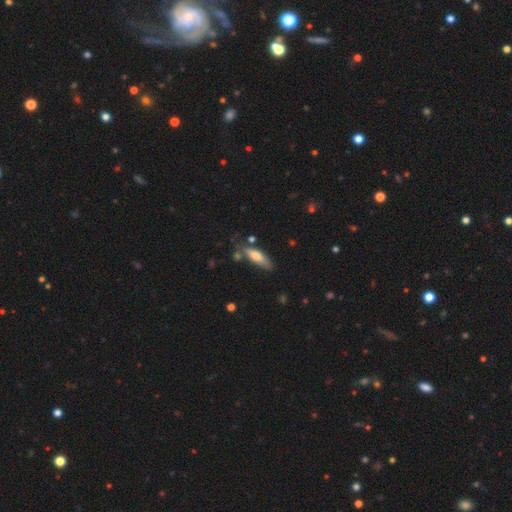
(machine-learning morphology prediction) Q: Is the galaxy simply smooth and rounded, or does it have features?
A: smooth — 68%.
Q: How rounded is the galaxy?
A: cigar-shaped — 57%.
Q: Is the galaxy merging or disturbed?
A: none — 66%.